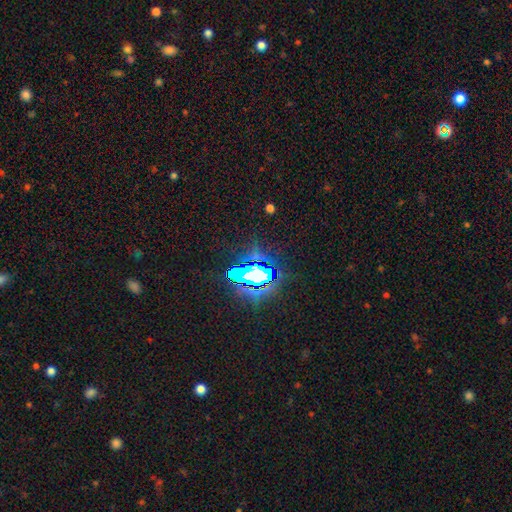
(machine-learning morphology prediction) Smooth or featured?
  - star or artifact: 80% *
  - smooth: 12%
  - featured or disk: 8%